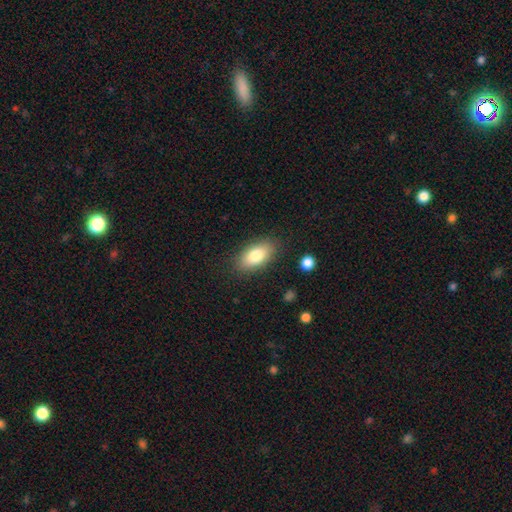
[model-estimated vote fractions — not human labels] A smooth galaxy with no disk features (80%) that is in between round and cigar-shaped (90%). Merging: none (84%).